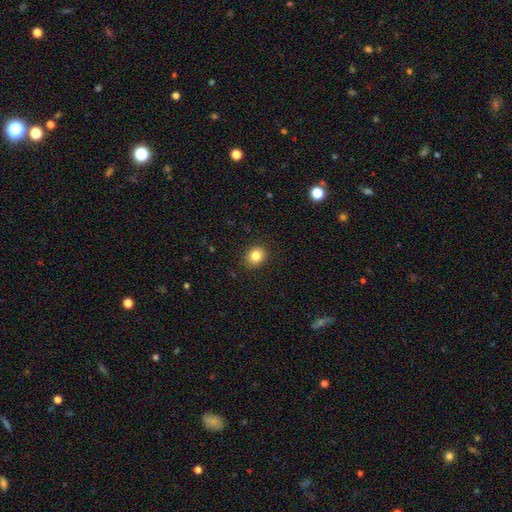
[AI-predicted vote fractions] A smooth galaxy with no disk features (83%) that is round (61%). Merging: none (89%).